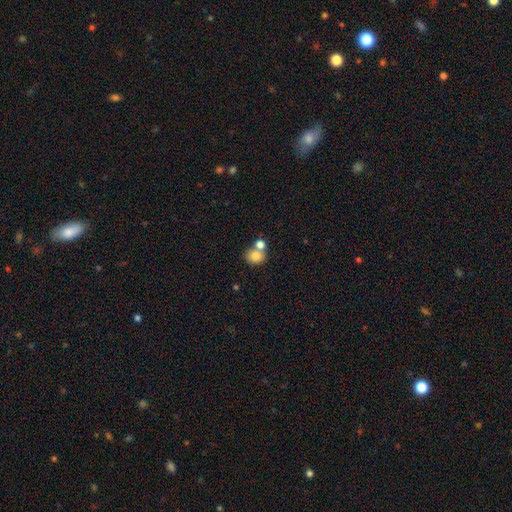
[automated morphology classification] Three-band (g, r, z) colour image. It shows a smooth galaxy with no disk features (80%) that is round (67%). Merging: none (47%).